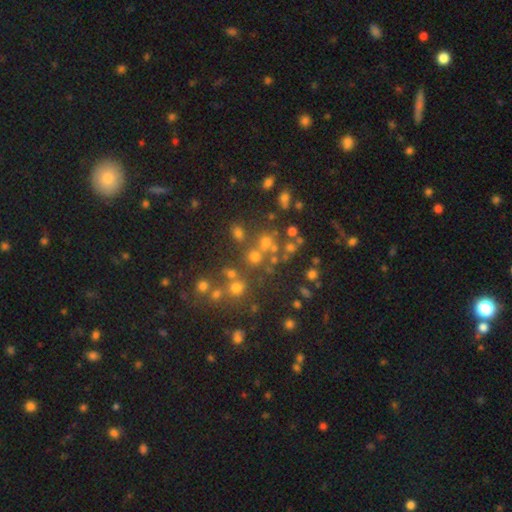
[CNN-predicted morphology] Smooth or featured? smooth (45%)
Merging? none (62%)